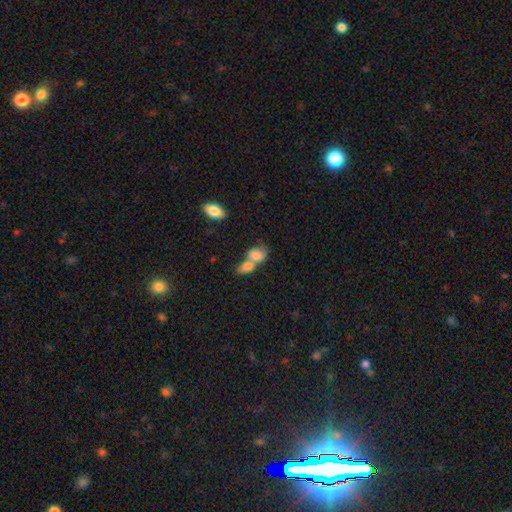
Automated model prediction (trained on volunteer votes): This is likely a smooth galaxy (79%). How rounded: likely in between (77%). Merging: likely merger (70%).